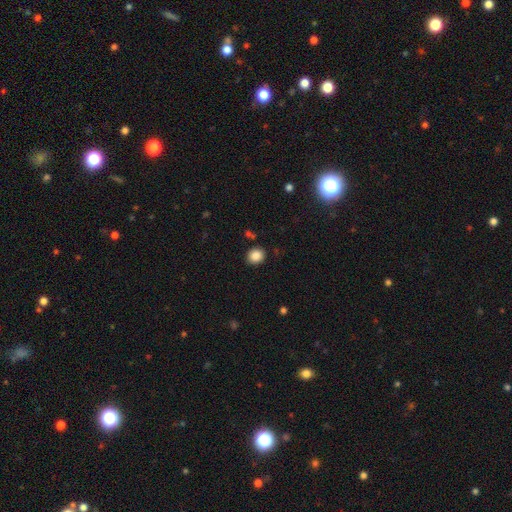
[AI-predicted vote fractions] Smooth or featured?
  - smooth: 86% *
  - star or artifact: 10%
  - featured or disk: 4%
How rounded?
  - round: 72% *
  - in between: 27%
  - cigar-shaped: 1%
Merging?
  - none: 88% *
  - minor disturbance: 8%
  - merger: 2%
  - major disturbance: 2%